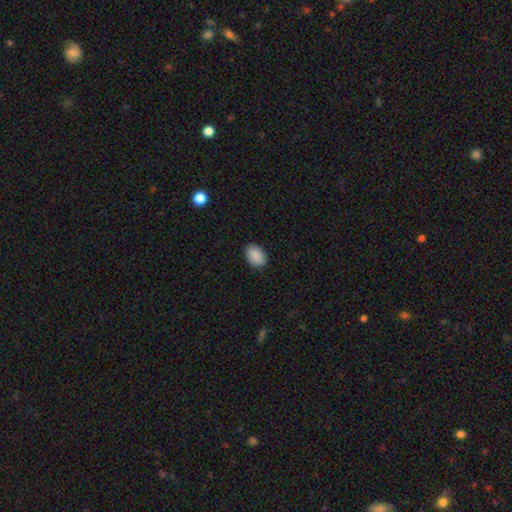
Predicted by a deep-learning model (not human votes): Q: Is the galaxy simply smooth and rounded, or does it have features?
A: smooth — 90%.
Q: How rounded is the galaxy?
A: in between — 81%.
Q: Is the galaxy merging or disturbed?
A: none — 88%.